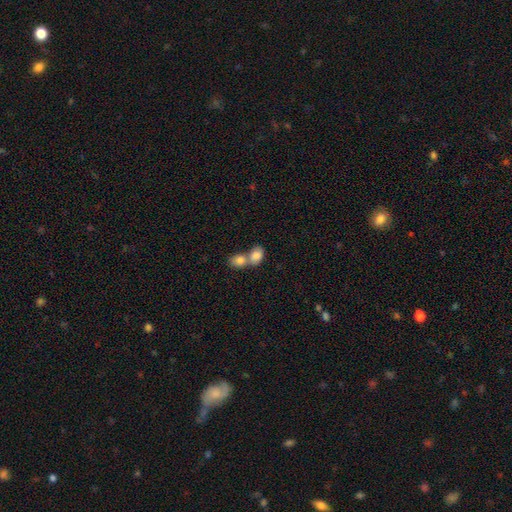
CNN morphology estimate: Overall: smooth (83%). How rounded: in between (72%). Merging: merger (70%).